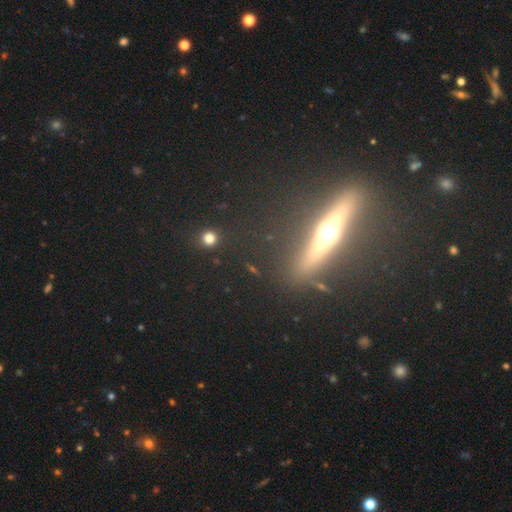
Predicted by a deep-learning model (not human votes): Overall: featured or disk (72%). Edge-on disk: yes (92%). Edge-on bulge: rounded (93%). Merging: none (83%).